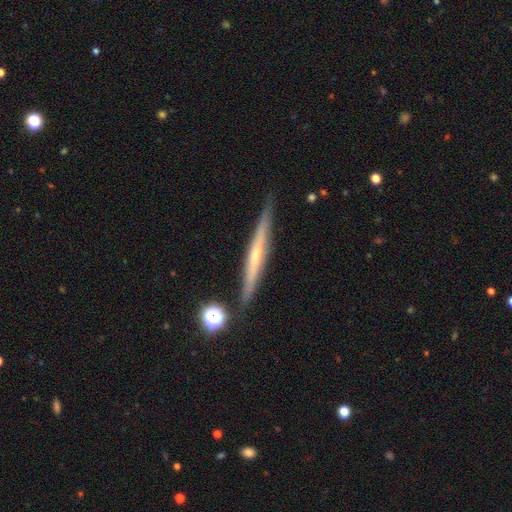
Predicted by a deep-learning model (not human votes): A featured or disk galaxy (66%) viewed edge-on (96%) with no central bulge (49%). Merging: none (86%).